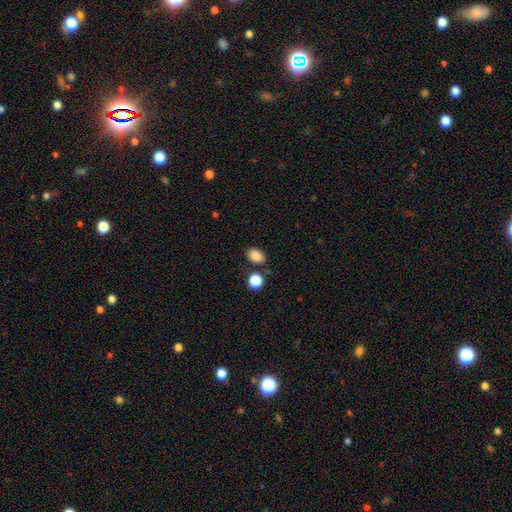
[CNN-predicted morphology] Overall: smooth (86%). How rounded: in between (72%). Merging: none (78%).